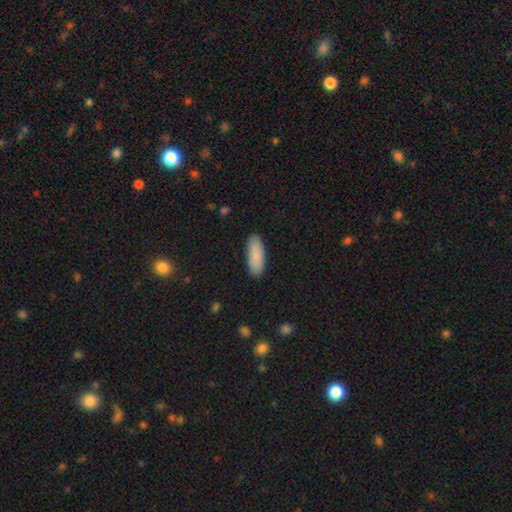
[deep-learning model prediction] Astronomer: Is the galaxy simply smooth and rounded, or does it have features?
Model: smooth — 89%.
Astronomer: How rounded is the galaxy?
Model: in between — 69%.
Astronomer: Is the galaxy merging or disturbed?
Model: none — 89%.